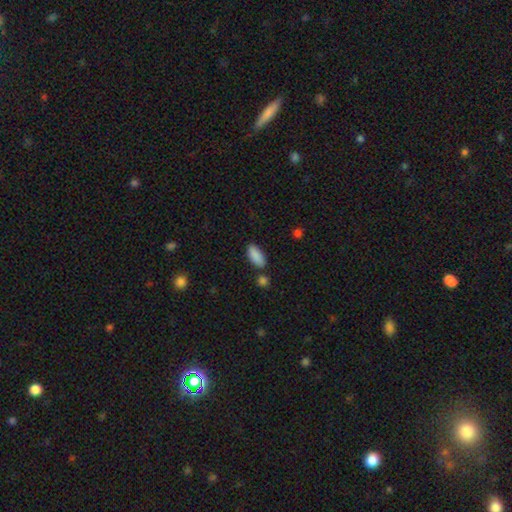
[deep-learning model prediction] Q: Smooth or featured?
A: smooth (89%); runner-up: star or artifact (7%)
Q: How rounded?
A: in between (89%); runner-up: cigar-shaped (8%)
Q: Merging?
A: none (79%); runner-up: minor disturbance (12%)